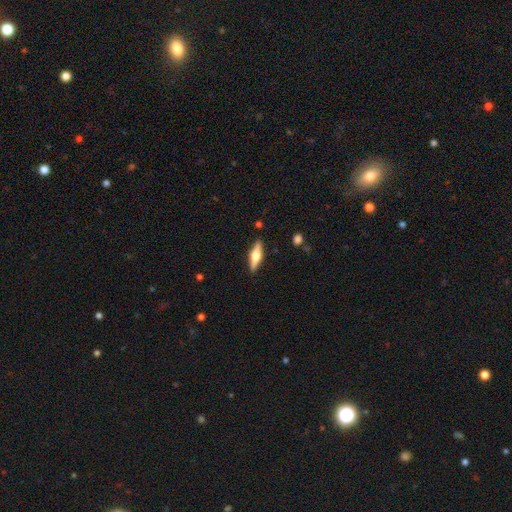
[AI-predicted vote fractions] Smooth or featured? featured or disk (62%)
Edge-on disk? yes (96%)
Edge-on bulge? rounded (93%)
Merging? none (89%)